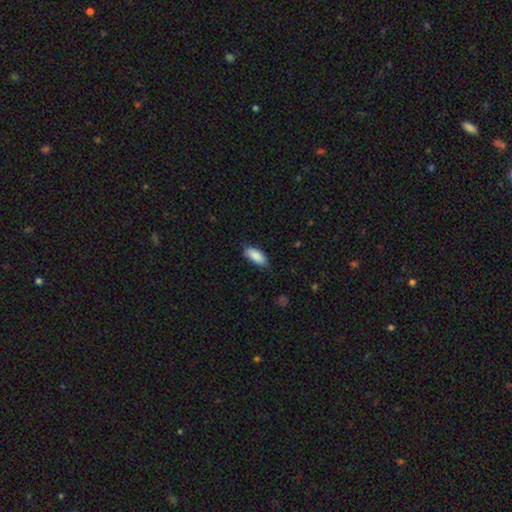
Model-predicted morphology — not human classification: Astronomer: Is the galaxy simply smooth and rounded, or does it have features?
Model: smooth — 88%.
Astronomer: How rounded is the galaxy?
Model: in between — 83%.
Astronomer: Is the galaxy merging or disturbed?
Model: none — 77%.